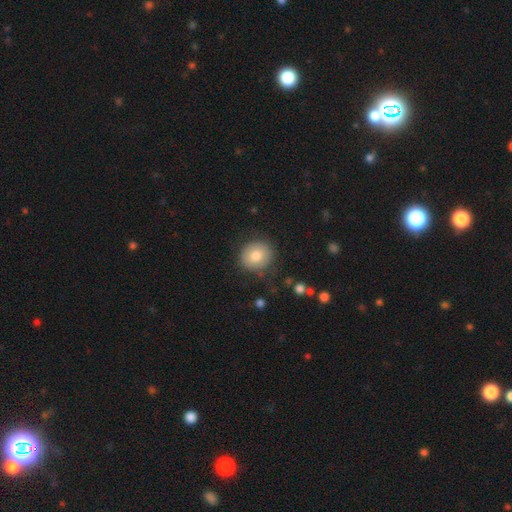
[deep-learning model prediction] Smooth or featured?
  - smooth: 78% *
  - featured or disk: 14%
  - star or artifact: 8%
How rounded?
  - round: 82% *
  - in between: 17%
  - cigar-shaped: 1%
Merging?
  - none: 82% *
  - minor disturbance: 12%
  - major disturbance: 4%
  - merger: 2%